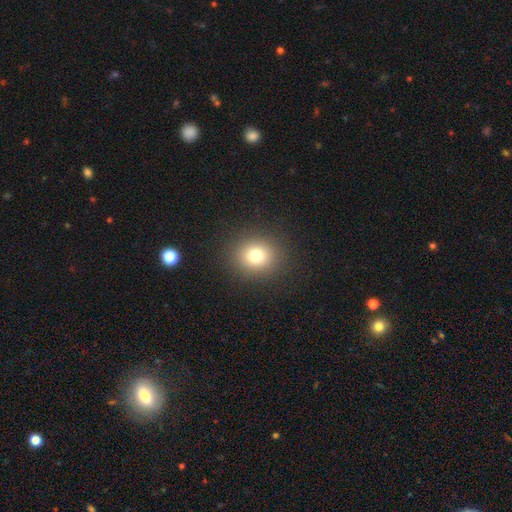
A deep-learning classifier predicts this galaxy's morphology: A smooth galaxy with no disk features (78%) that is round (81%).

Vote fractions:
- Smooth or featured? smooth: 78% / star or artifact: 14% / featured or disk: 8%
- How rounded? round: 81% / in between: 18% / cigar-shaped: 1%
- Merging? none: 90% / minor disturbance: 6% / major disturbance: 3% / merger: 1%